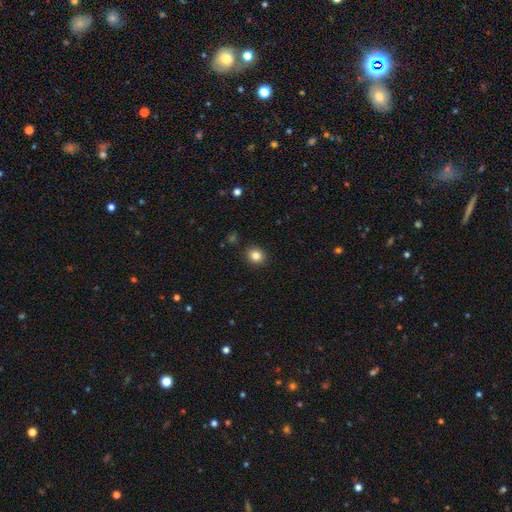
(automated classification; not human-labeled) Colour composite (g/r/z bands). It shows a smooth galaxy with no disk features (84%) that is round (80%). Merging: none (91%).